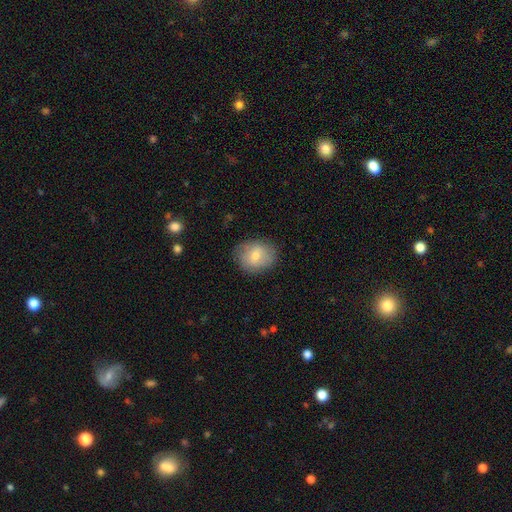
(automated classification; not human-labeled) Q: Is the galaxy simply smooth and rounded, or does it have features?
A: smooth — 74%.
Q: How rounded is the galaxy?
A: round — 58%.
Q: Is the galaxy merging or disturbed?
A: none — 80%.